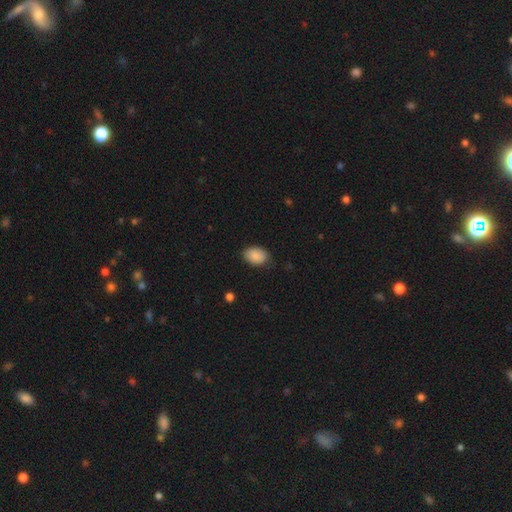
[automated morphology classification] Smooth or featured?
  - smooth: 88% *
  - star or artifact: 7%
  - featured or disk: 5%
How rounded?
  - in between: 81% *
  - round: 17%
  - cigar-shaped: 1%
Merging?
  - none: 78% *
  - minor disturbance: 18%
  - major disturbance: 4%
  - merger: 1%